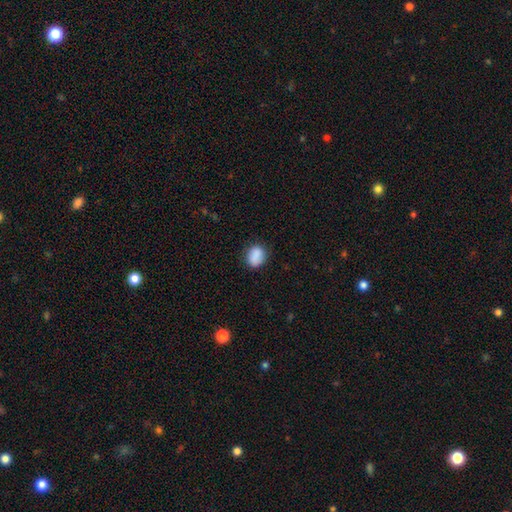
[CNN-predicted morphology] The model was most divided on "how rounded": in between: 58%, round: 41%, cigar-shaped: 1%. More confident: smooth or featured — smooth (87%); merging — none (78%).